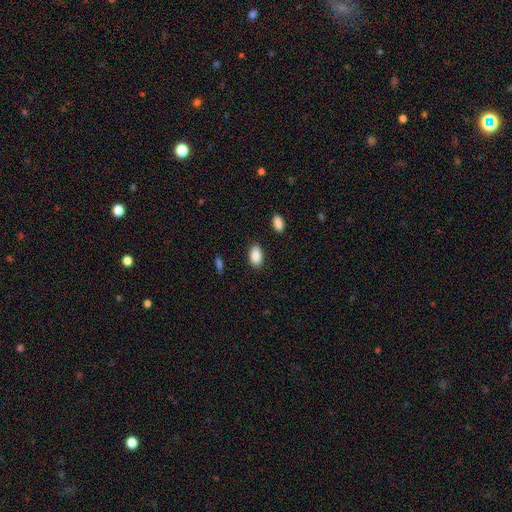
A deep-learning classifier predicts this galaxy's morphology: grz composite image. It shows a smooth galaxy with no disk features (89%) that is in between round and cigar-shaped (92%). Merging: none (87%).